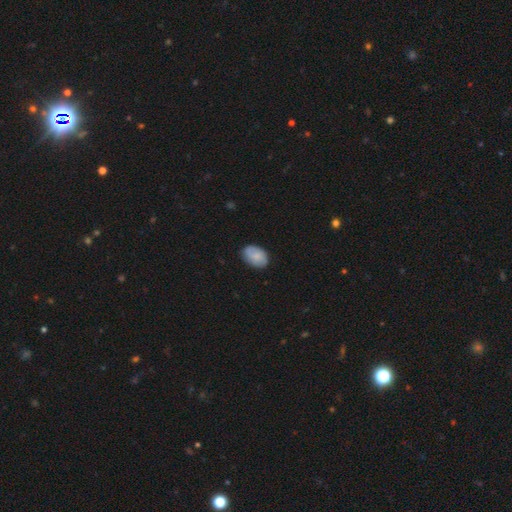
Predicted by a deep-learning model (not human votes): Smooth or featured? Predicted: smooth (p=0.80). How rounded? Predicted: in between (p=0.83). Merging? Predicted: none (p=0.81).